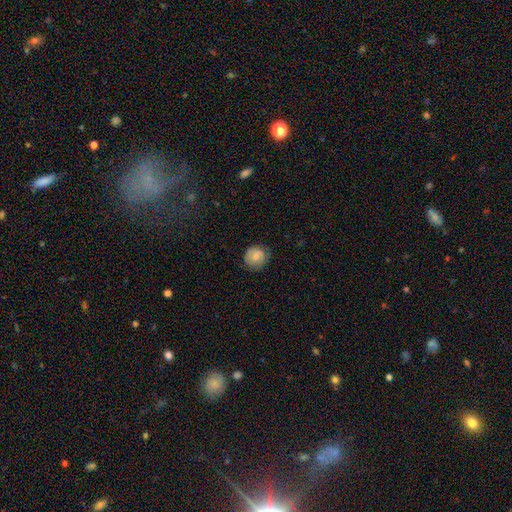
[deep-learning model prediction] Q: Smooth or featured?
A: smooth (76%); runner-up: featured or disk (16%)
Q: How rounded?
A: round (82%); runner-up: in between (17%)
Q: Merging?
A: none (73%); runner-up: minor disturbance (21%)